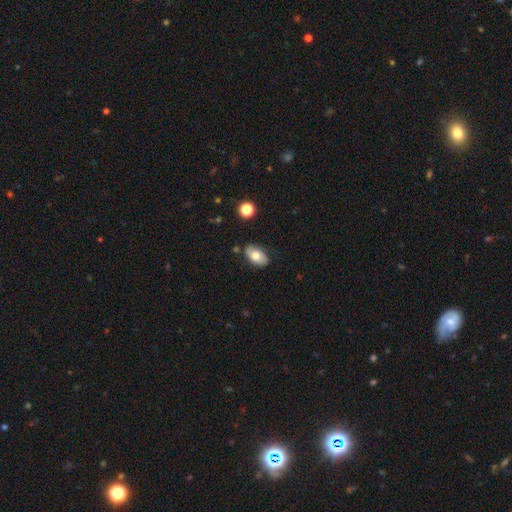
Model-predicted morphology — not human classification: smooth 74%, featured or disk 18%, star or artifact 8%. Down the decision tree: how rounded — in between (92%); merging — none (80%).